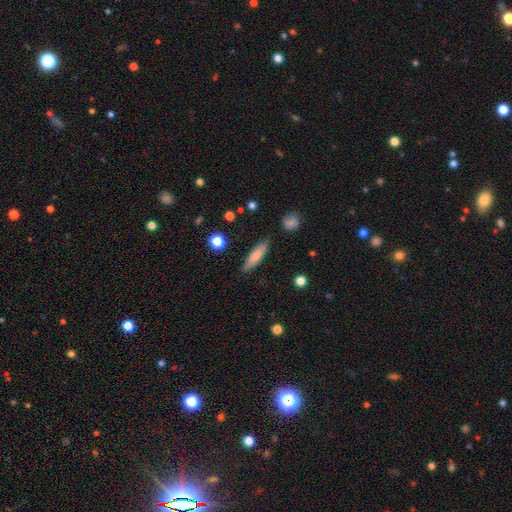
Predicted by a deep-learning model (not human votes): Smooth or featured? smooth (76%)
How rounded? cigar-shaped (77%)
Merging? none (86%)